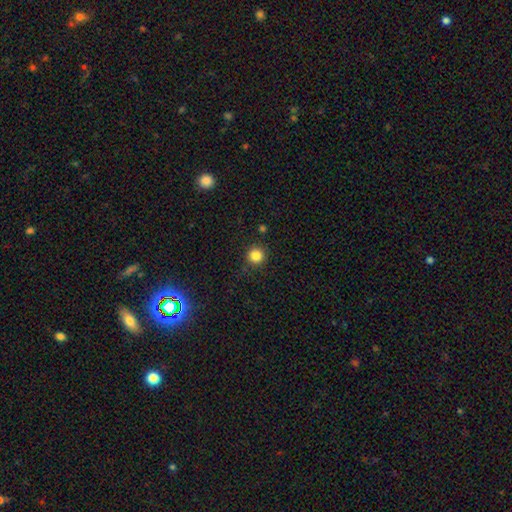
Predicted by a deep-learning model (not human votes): Smooth or featured: smooth — 85% (star or artifact — 11%)
How rounded: round — 94% (in between — 5%)
Merging: none — 89% (minor disturbance — 7%)